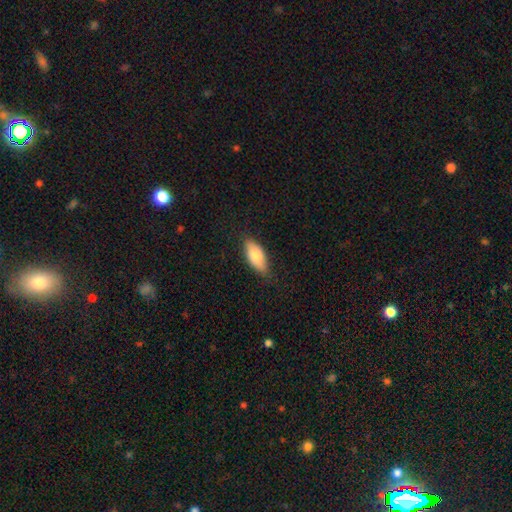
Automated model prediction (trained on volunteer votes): Smooth or featured? Predicted: smooth (p=0.77). How rounded? Predicted: in between (p=0.85). Merging? Predicted: none (p=0.82).